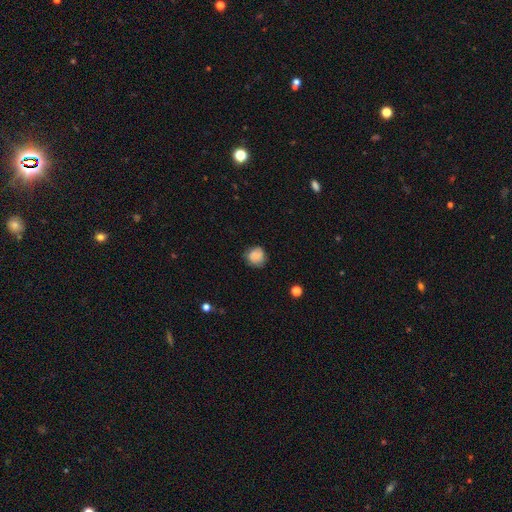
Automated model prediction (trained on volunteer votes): Smooth or featured?
  - smooth: 77% *
  - featured or disk: 15%
  - star or artifact: 9%
How rounded?
  - round: 86% *
  - in between: 13%
  - cigar-shaped: 1%
Merging?
  - none: 73% *
  - minor disturbance: 21%
  - major disturbance: 5%
  - merger: 1%